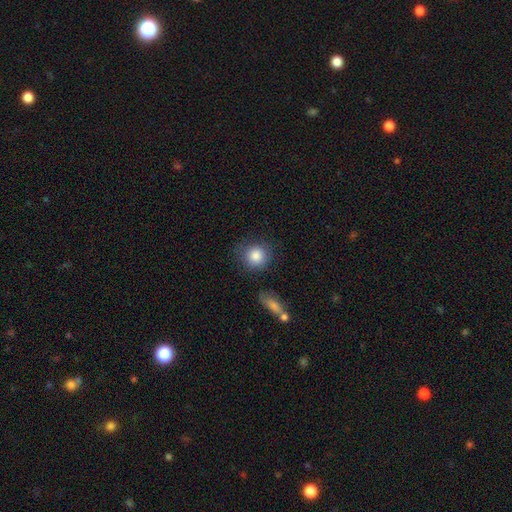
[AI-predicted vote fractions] Smooth or featured: smooth — 86% (star or artifact — 8%)
How rounded: round — 86% (in between — 13%)
Merging: none — 78% (minor disturbance — 14%)